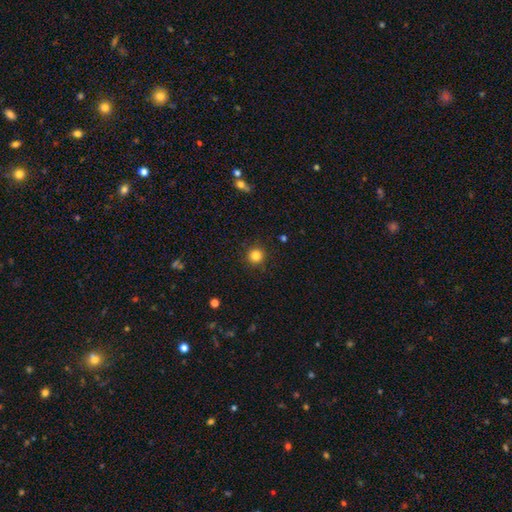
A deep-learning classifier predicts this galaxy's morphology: smooth_or_featured: smooth (p=0.83) [alt: star or artifact p=0.12]
how_rounded: round (p=0.95) [alt: in between p=0.04]
merging: none (p=0.91) [alt: minor disturbance p=0.06]